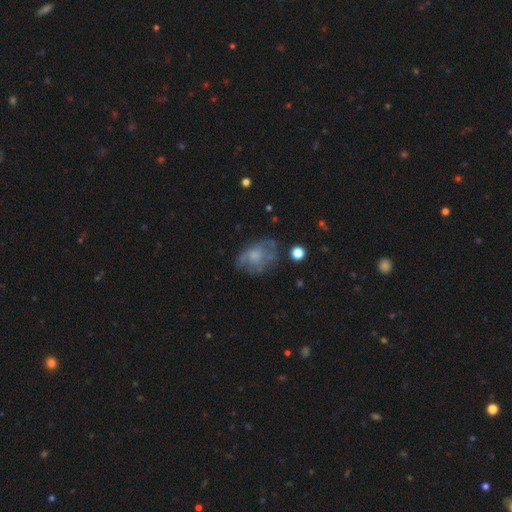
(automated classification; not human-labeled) Smooth or featured? featured or disk (49%)
Merging? none (52%)